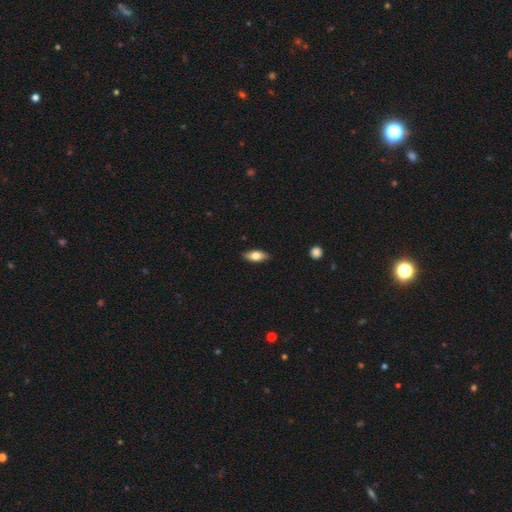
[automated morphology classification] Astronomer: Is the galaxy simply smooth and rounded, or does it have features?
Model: smooth — 77%.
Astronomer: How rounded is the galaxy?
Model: in between — 83%.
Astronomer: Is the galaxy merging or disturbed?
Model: none — 87%.